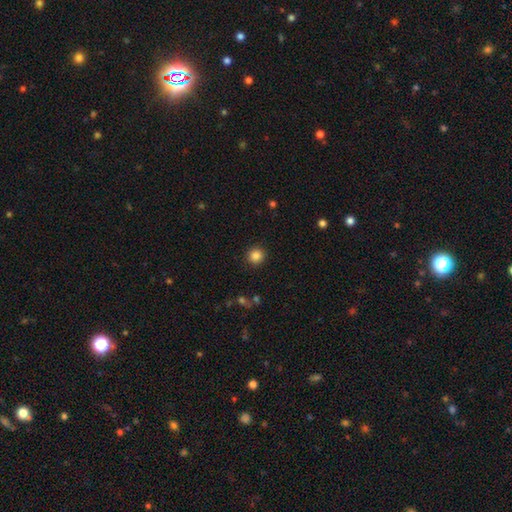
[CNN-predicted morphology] smooth 86%, star or artifact 11%, featured or disk 4%. Down the decision tree: how rounded — round (94%); merging — none (91%).